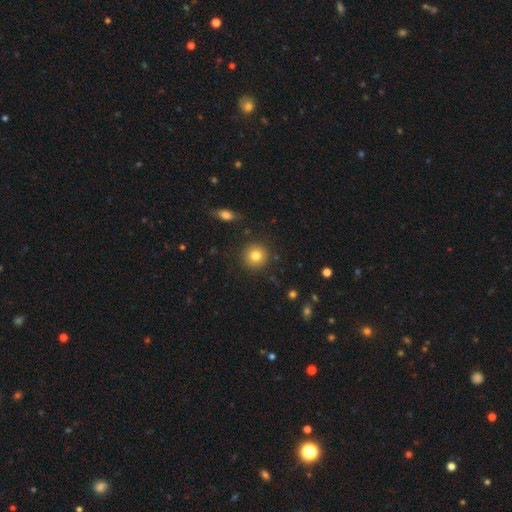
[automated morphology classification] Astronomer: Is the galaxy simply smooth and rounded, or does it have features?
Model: smooth — 81%.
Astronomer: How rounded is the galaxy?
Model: round — 93%.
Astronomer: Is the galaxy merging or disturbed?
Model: none — 89%.